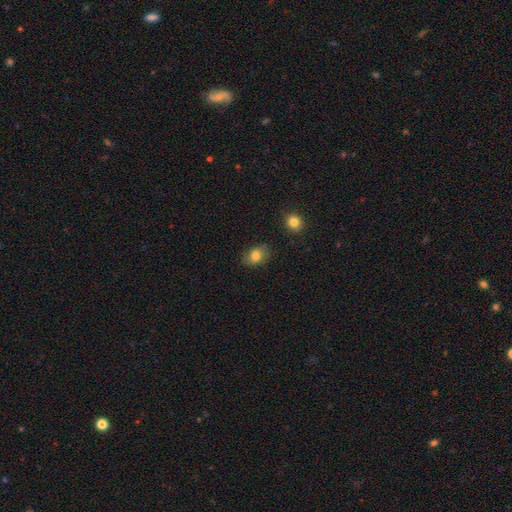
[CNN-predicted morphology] A smooth galaxy with no disk features (81%) that is in between round and cigar-shaped (69%). Merging: none (81%).